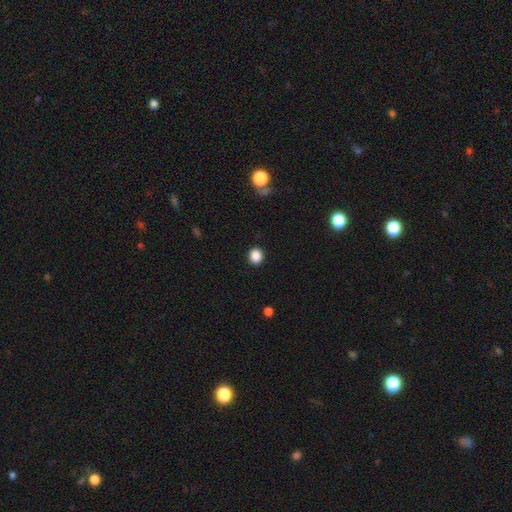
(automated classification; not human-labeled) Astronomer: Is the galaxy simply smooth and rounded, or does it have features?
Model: smooth — 88%.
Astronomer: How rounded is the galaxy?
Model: round — 64%.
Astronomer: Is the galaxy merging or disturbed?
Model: none — 90%.